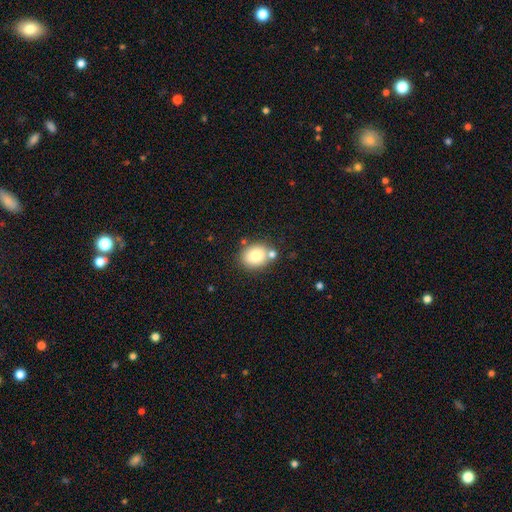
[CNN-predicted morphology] type=smooth (80%); roundness=round (61%); merging=none (70%).